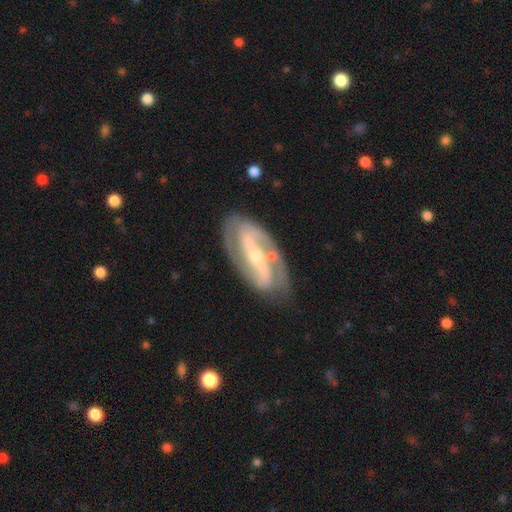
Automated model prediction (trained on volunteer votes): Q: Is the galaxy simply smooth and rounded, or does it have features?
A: featured or disk — 90%.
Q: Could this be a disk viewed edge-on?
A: no — 94%.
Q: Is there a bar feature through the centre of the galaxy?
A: strong — 64%.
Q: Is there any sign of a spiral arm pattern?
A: yes — 96%.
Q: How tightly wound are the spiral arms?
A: medium — 46%.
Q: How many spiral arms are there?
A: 2 — 91%.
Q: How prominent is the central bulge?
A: small — 58%.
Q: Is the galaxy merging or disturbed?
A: none — 80%.